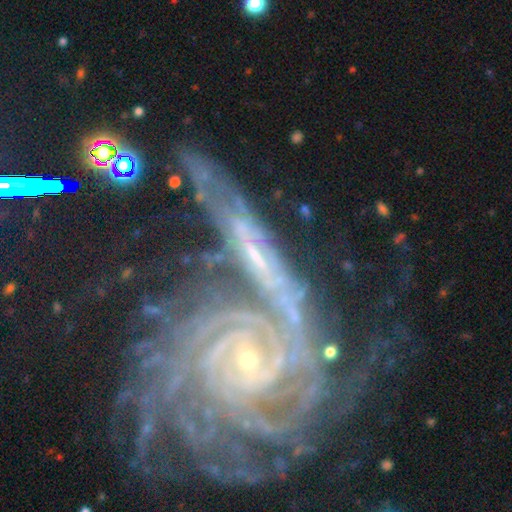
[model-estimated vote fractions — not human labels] Smooth or featured? featured or disk (83%)
Edge-on disk? no (86%)
Bar? no (41%)
Spiral arms? yes (93%)
Spiral winding? tight (73%)
Spiral arm count? 2 (30%, tied with can't tell)
Bulge size? small (73%)
Merging? merger (38%)